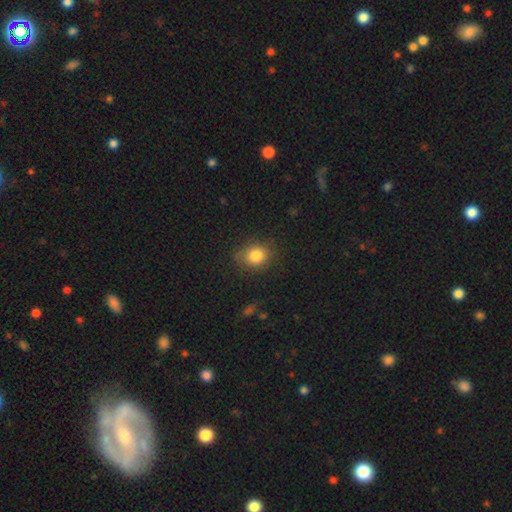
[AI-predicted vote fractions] This is clearly a smooth galaxy (82%). How rounded: likely round (65%). Merging: likely none (75%).